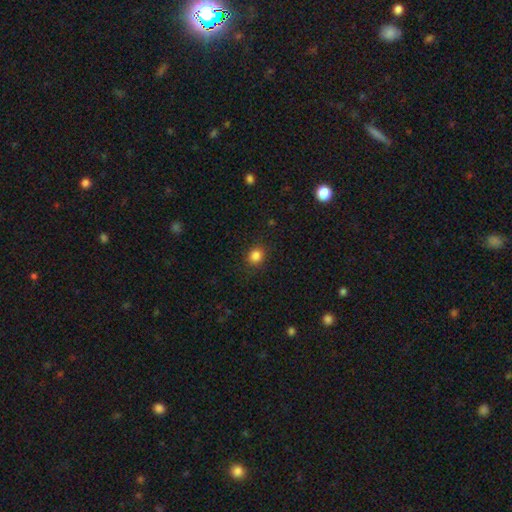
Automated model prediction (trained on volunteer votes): Overall: smooth (85%). How rounded: round (82%). Merging: none (88%).